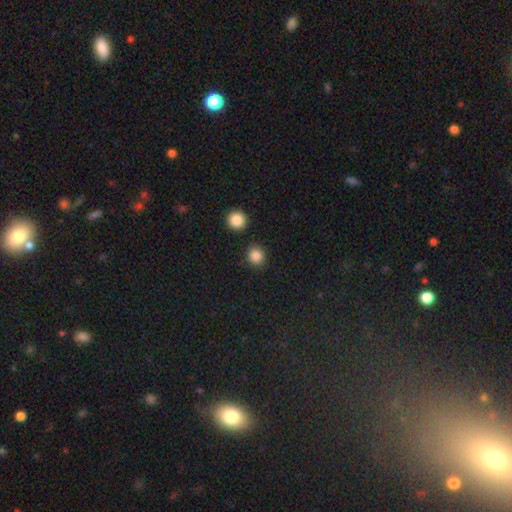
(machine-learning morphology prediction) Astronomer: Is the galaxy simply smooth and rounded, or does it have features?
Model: smooth — 86%.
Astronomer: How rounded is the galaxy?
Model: round — 87%.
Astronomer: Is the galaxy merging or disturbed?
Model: none — 87%.